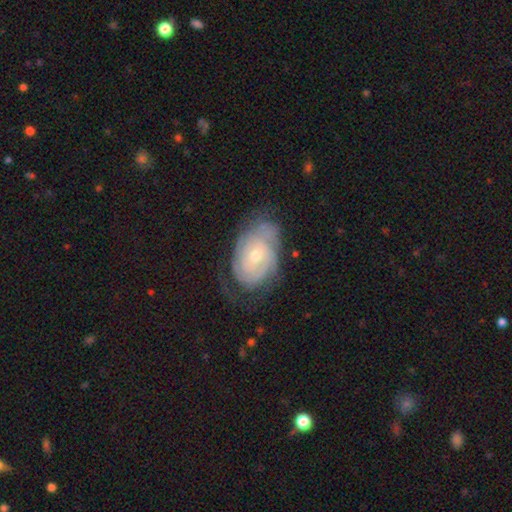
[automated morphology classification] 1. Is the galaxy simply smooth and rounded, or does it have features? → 80% featured or disk, 14% smooth, 6% star or artifact.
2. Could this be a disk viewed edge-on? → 96% no, 4% yes.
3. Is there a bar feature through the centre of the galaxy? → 69% no, 26% weak, 5% strong.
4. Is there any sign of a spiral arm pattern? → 93% yes, 7% no.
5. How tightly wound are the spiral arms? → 74% tight, 20% medium, 6% loose.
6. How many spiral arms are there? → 44% can't tell, 25% 2, 15% 3, 7% 4, 5% 1, 4% more than 4.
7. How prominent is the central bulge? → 50% moderate, 46% small, 2% large, 1% none, 1% dominant.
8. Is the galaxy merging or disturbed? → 64% none, 24% minor disturbance, 11% major disturbance, 1% merger.